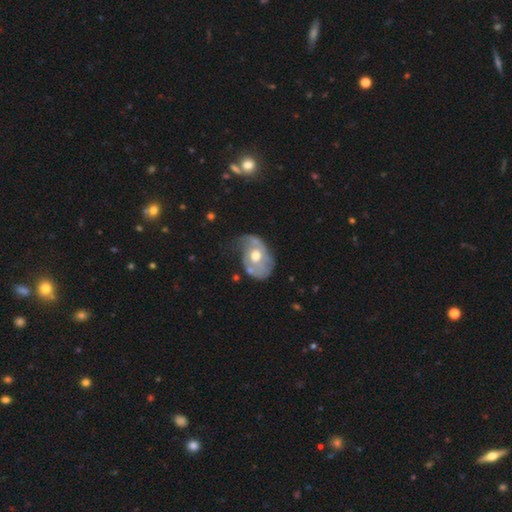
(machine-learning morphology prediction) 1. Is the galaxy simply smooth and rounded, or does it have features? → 66% featured or disk, 28% smooth, 6% star or artifact.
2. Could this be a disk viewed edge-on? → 96% no, 4% yes.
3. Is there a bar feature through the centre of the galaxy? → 79% no, 17% weak, 3% strong.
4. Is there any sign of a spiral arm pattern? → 61% yes, 39% no.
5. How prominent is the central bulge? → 76% moderate, 12% large, 10% small, 1% dominant, 1% none.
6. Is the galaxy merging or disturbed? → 39% none, 34% minor disturbance, 23% major disturbance, 4% merger.